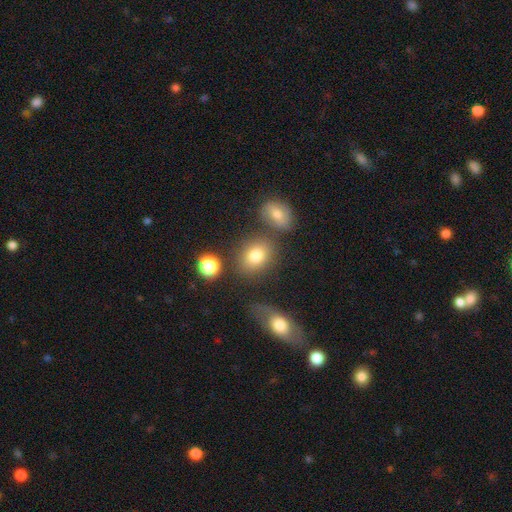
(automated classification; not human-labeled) Smooth or featured? Predicted: smooth (p=0.78). How rounded? Predicted: in between (p=0.55). Merging? Predicted: none (p=0.69).